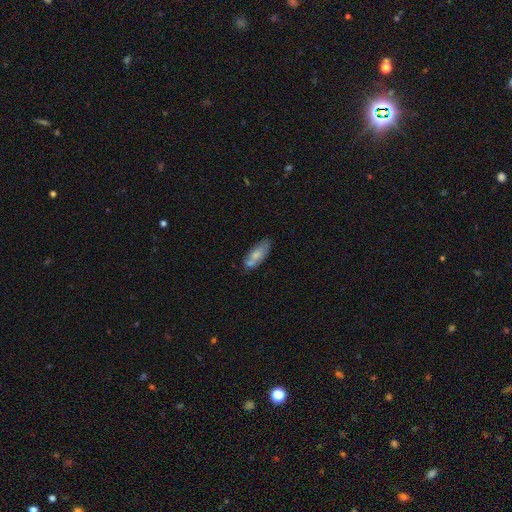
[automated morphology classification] Smooth or featured? smooth (67%)
How rounded? in between (72%)
Merging? none (55%)